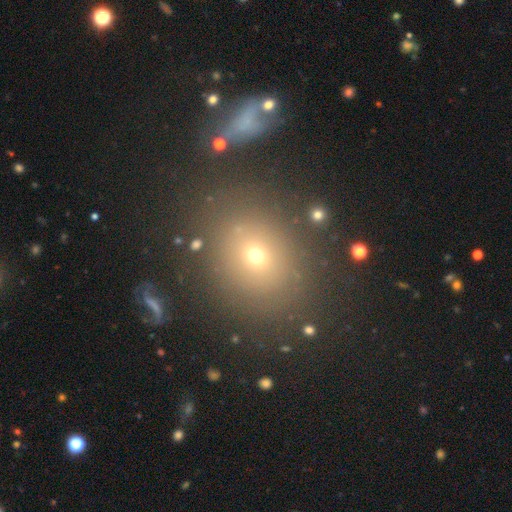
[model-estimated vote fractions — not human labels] smooth 63%, star or artifact 24%, featured or disk 14%. Down the decision tree: how rounded — round (63%); merging — none (82%).